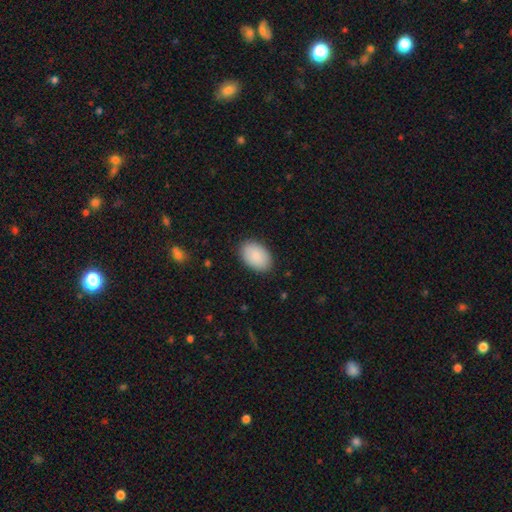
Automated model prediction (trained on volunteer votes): Smooth or featured?
  - smooth: 89% *
  - star or artifact: 6%
  - featured or disk: 5%
How rounded?
  - in between: 90% *
  - round: 8%
  - cigar-shaped: 1%
Merging?
  - none: 87% *
  - minor disturbance: 9%
  - major disturbance: 2%
  - merger: 1%